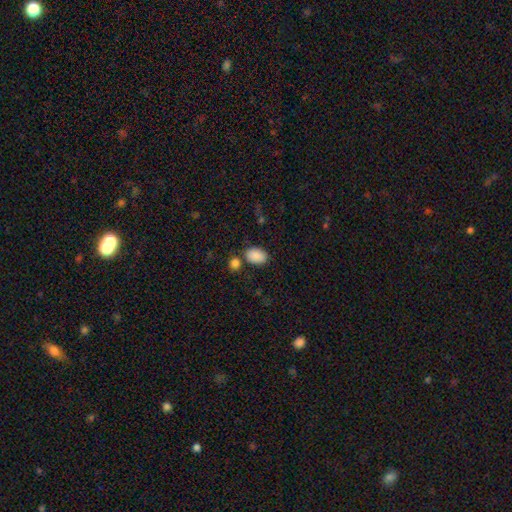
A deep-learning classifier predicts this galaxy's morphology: A smooth galaxy with no disk features (88%) that is in between round and cigar-shaped (86%).

Vote fractions:
- Smooth or featured? smooth: 88% / star or artifact: 8% / featured or disk: 4%
- How rounded? in between: 86% / round: 13% / cigar-shaped: 1%
- Merging? none: 72% / minor disturbance: 13% / merger: 12% / major disturbance: 4%